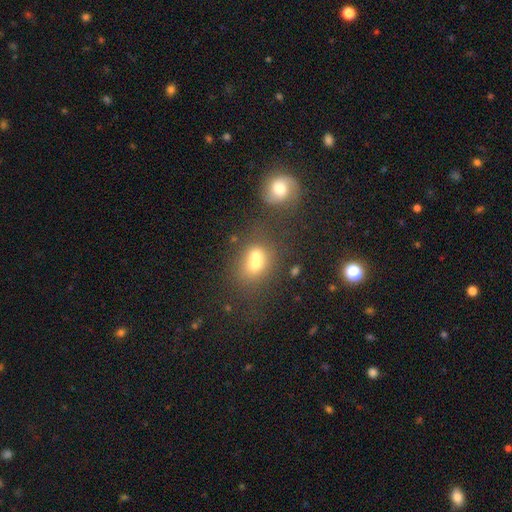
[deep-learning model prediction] A smooth galaxy with no disk features (64%) that is round (58%). Merging: merger (60%).